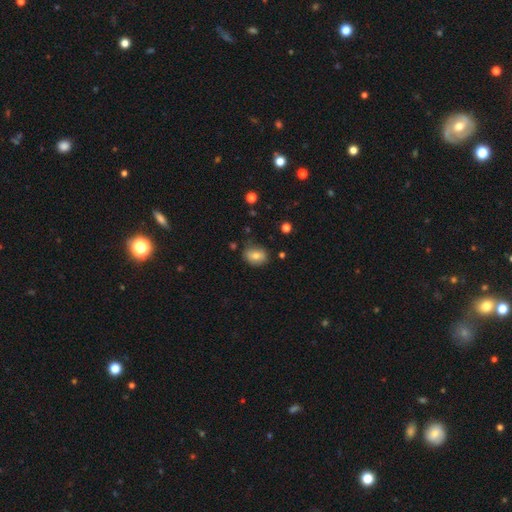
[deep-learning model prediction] Smooth or featured? Predicted: smooth (p=0.74). How rounded? Predicted: in between (p=0.63). Merging? Predicted: none (p=0.71).